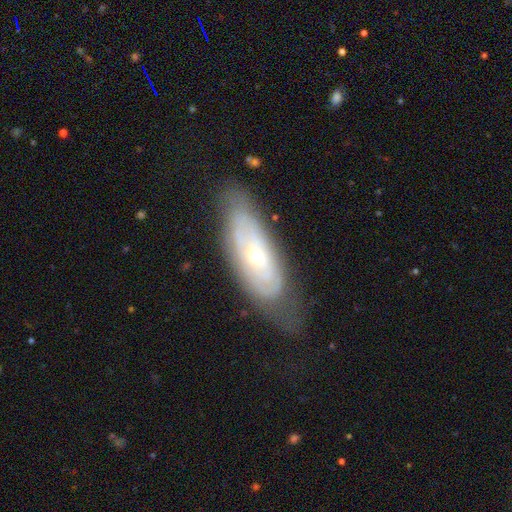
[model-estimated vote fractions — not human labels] Smooth or featured? featured or disk (65%)
Edge-on disk? no (83%)
Bar? no (81%)
Spiral arms? yes (63%)
Bulge size? small (55%)
Merging? none (64%)